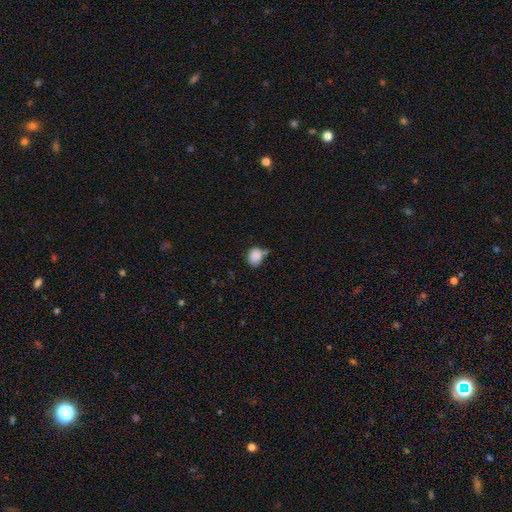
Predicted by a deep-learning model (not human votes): This is clearly a smooth galaxy (87%). How rounded: possibly round (57%). Merging: possibly none (57%).